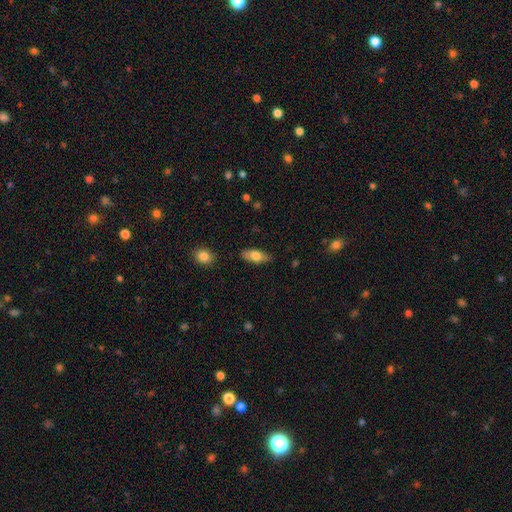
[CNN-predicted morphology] Smooth or featured: smooth — 71% (featured or disk — 22%)
How rounded: in between — 82% (cigar-shaped — 15%)
Merging: none — 81% (minor disturbance — 14%)